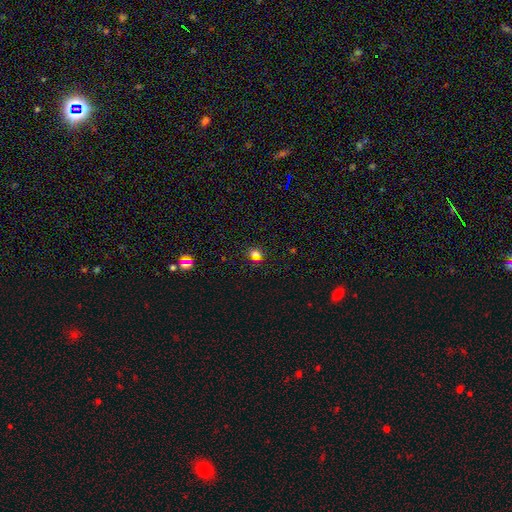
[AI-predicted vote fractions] Smooth or featured? smooth (75%)
How rounded? round (82%)
Merging? none (86%)